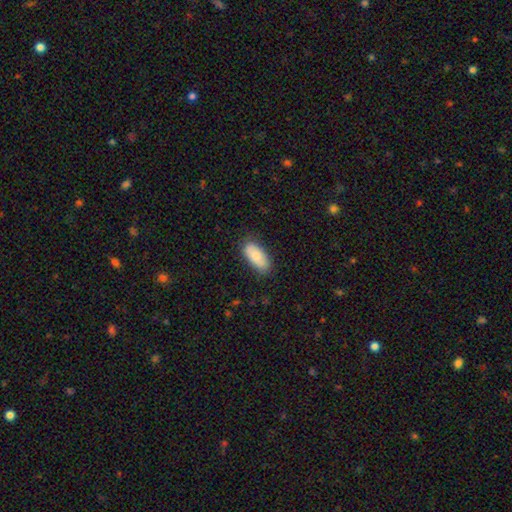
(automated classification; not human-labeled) Q: Smooth or featured?
A: smooth (81%); runner-up: featured or disk (13%)
Q: How rounded?
A: in between (89%); runner-up: cigar-shaped (9%)
Q: Merging?
A: none (80%); runner-up: minor disturbance (15%)